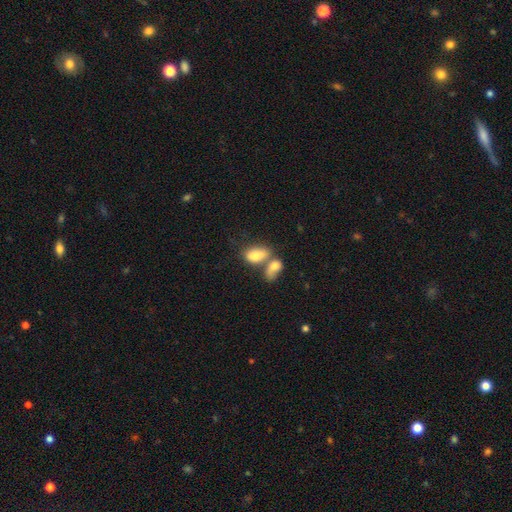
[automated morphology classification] This is clearly a smooth galaxy (81%). How rounded: clearly in between (89%). Merging: possibly merger (60%).